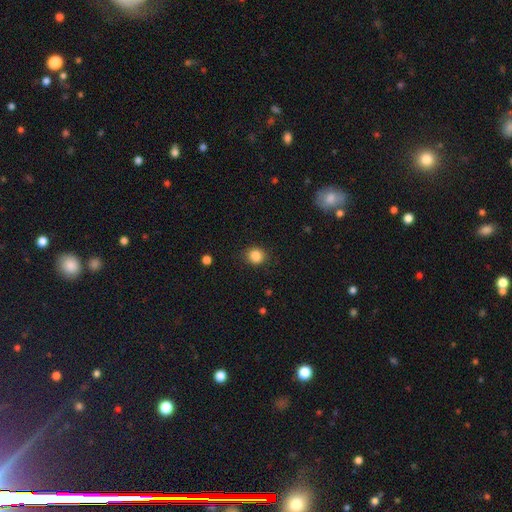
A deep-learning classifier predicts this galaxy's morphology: Smooth or featured: smooth — 86% (star or artifact — 10%)
How rounded: round — 80% (in between — 19%)
Merging: none — 84% (minor disturbance — 12%)